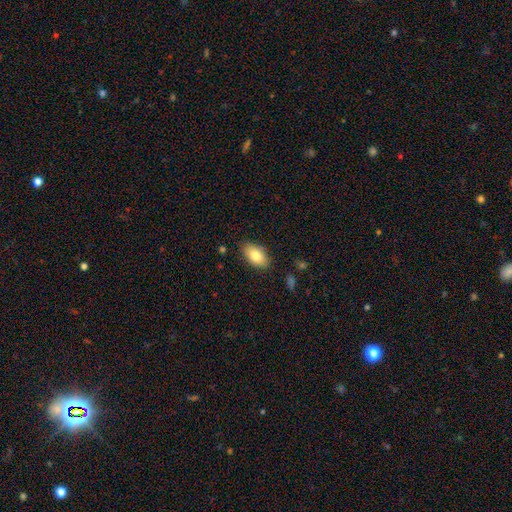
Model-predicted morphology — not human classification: Smooth or featured?
  - smooth: 81% *
  - featured or disk: 13%
  - star or artifact: 7%
How rounded?
  - in between: 92% *
  - round: 5%
  - cigar-shaped: 3%
Merging?
  - none: 84% *
  - minor disturbance: 12%
  - major disturbance: 3%
  - merger: 1%